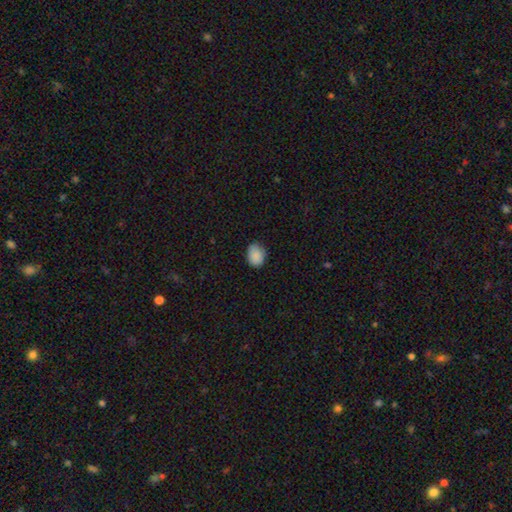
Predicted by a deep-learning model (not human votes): smooth_or_featured: smooth (p=0.88) [alt: star or artifact p=0.08]
how_rounded: in between (p=0.65) [alt: round p=0.34]
merging: none (p=0.81) [alt: minor disturbance p=0.15]